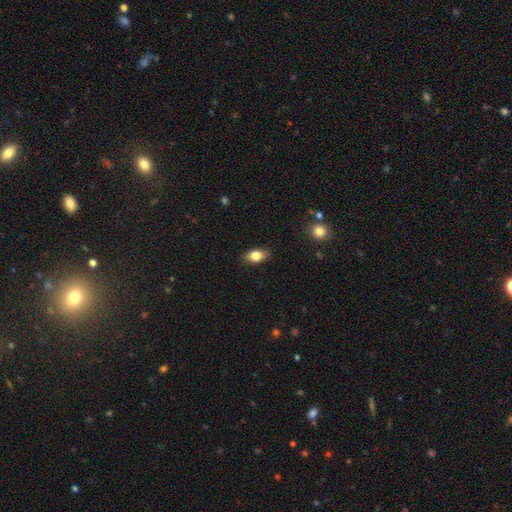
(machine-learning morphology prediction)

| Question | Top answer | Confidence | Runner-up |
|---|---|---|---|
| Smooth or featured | smooth | 81% | featured or disk (11%) |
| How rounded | in between | 84% | round (12%) |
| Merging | none | 85% | minor disturbance (12%) |